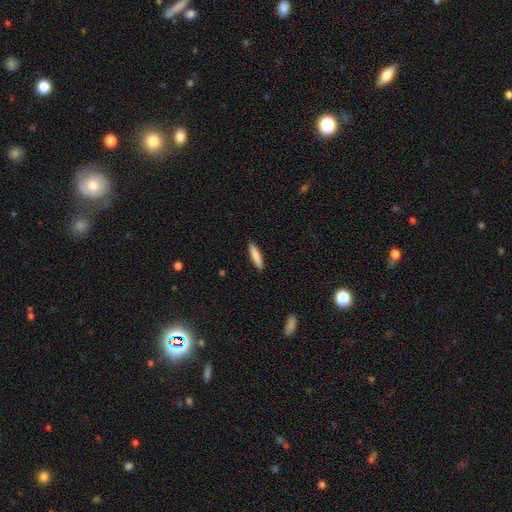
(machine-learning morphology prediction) A smooth galaxy with no disk features (83%) that is cigar-shaped (87%).

Vote fractions:
- Smooth or featured? smooth: 83% / featured or disk: 11% / star or artifact: 6%
- How rounded? cigar-shaped: 87% / in between: 11% / round: 1%
- Merging? none: 91% / minor disturbance: 7% / major disturbance: 2% / merger: 1%